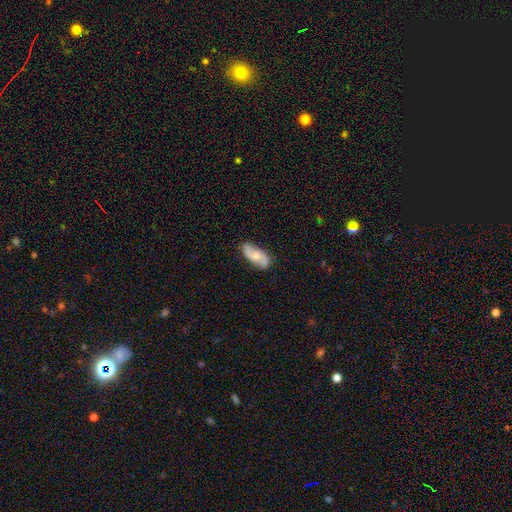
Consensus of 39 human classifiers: smooth_or_featured: featured or disk (p=0.67) [alt: smooth p=0.31]
disk_edge_on: no (p=0.92) [alt: yes p=0.08]
bar: no (p=0.67) [alt: weak p=0.33]
has_spiral_arms: yes (p=0.62) [alt: no p=0.38]
spiral_winding: medium (p=0.47) [alt: tight p=0.33]
spiral_arm_count: 2 (p=0.93) [alt: can't tell p=0.07]
bulge_size: moderate (p=0.92) [alt: small p=0.08]
merging: none (p=0.97) [alt: merger p=0.03]